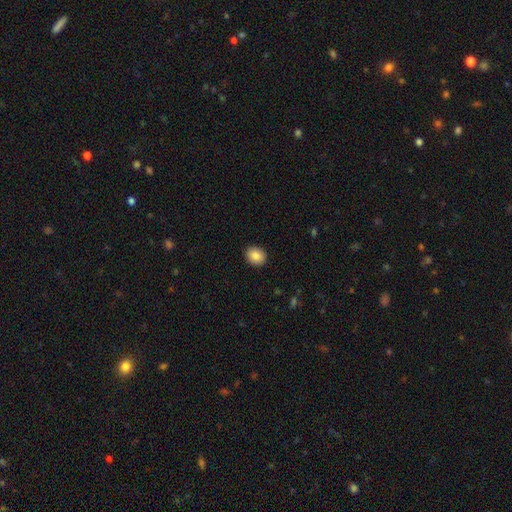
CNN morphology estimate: smooth 87%, star or artifact 8%, featured or disk 6%. Down the decision tree: how rounded — round (56%); merging — none (91%).